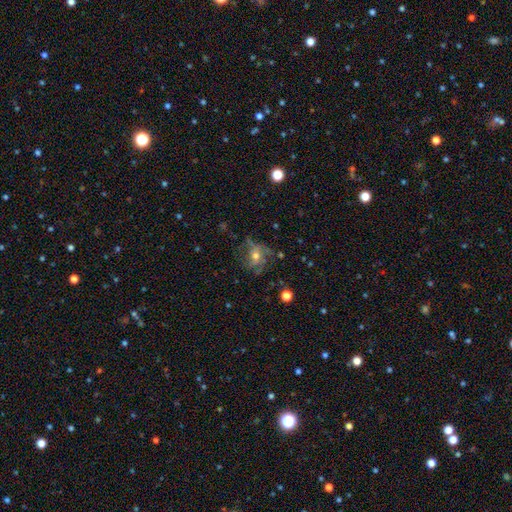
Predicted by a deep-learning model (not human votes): Q: Smooth or featured?
A: featured or disk (55%); runner-up: smooth (29%)
Q: Edge-on disk?
A: no (96%); runner-up: yes (4%)
Q: Bar?
A: no (71%); runner-up: weak (23%)
Q: Spiral arms?
A: yes (63%); runner-up: no (37%)
Q: Bulge size?
A: moderate (63%); runner-up: small (27%)
Q: Merging?
A: none (53%); runner-up: major disturbance (23%)